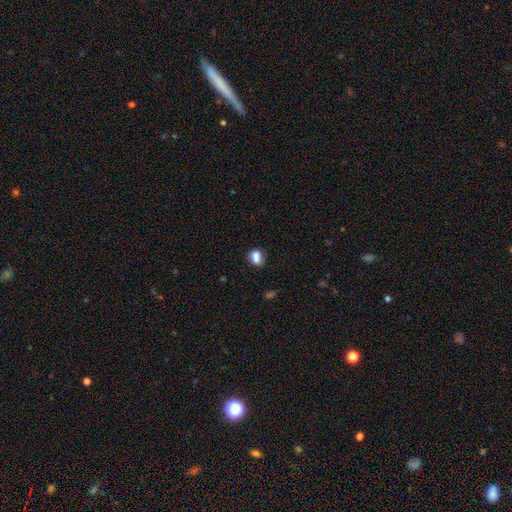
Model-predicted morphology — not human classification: A smooth galaxy with no disk features (79%) that is in between round and cigar-shaped (58%). Merging: none (53%).